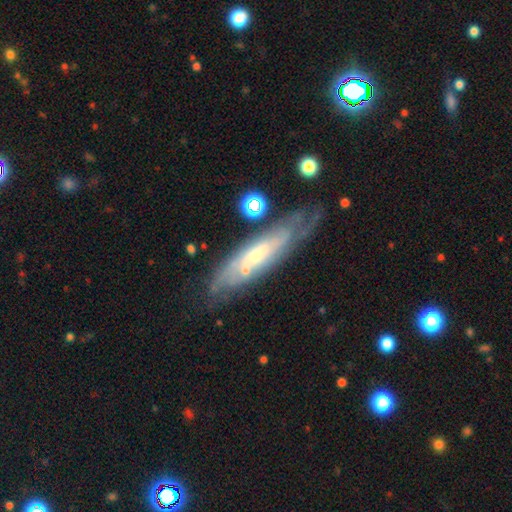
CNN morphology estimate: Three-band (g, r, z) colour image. It shows a featured or disk galaxy (71%). Merging: none (65%).